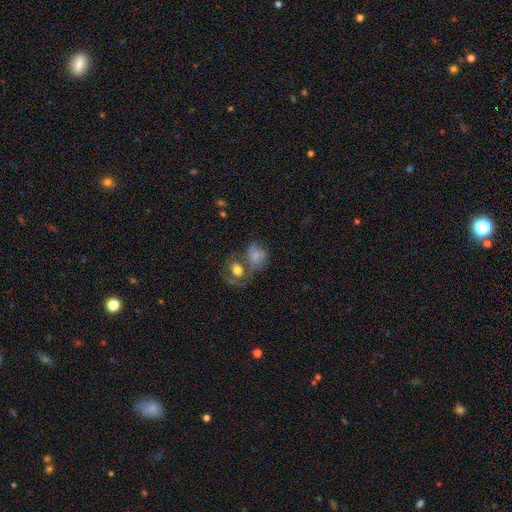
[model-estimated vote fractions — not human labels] smooth_or_featured: smooth (p=0.67) [alt: featured or disk p=0.23]
how_rounded: in between (p=0.50) [alt: round p=0.49]
merging: merger (p=0.40) [alt: none p=0.31]